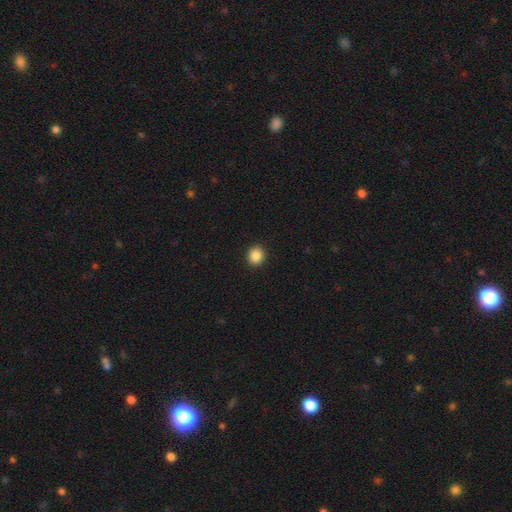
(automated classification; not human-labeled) Smooth or featured: smooth — 88% (star or artifact — 9%)
How rounded: round — 76% (in between — 23%)
Merging: none — 92% (minor disturbance — 6%)